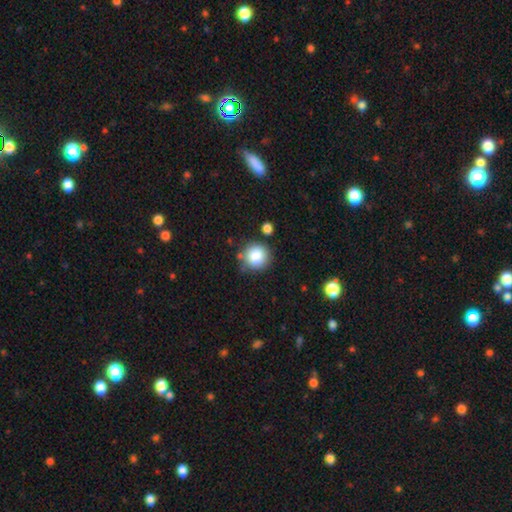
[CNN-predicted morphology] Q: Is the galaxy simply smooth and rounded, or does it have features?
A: smooth — 85%.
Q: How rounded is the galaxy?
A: round — 92%.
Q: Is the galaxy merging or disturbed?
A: none — 76%.